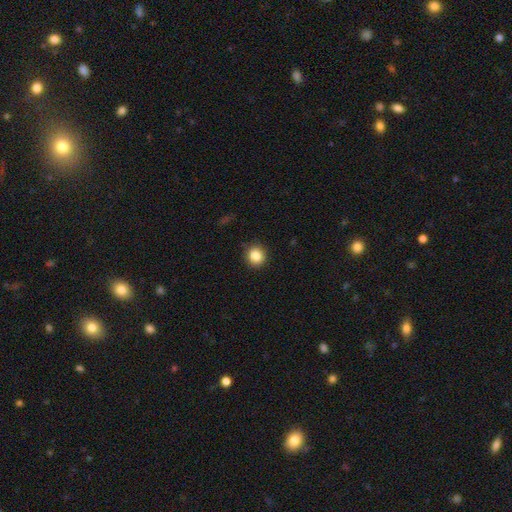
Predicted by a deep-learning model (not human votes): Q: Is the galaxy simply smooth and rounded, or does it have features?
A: smooth — 86%.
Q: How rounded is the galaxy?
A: round — 89%.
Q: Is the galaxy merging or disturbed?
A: none — 90%.